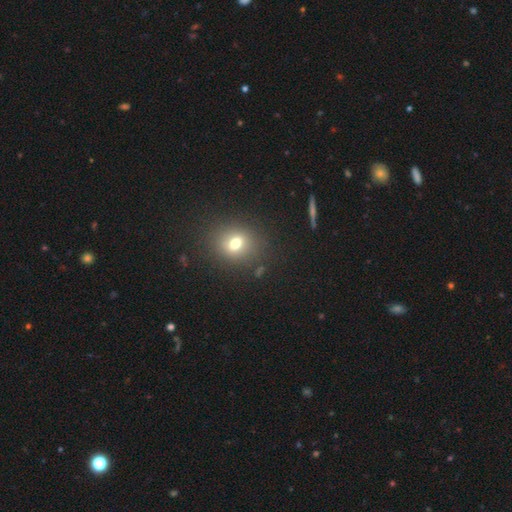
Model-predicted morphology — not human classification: Smooth or featured: smooth — 65% (star or artifact — 27%)
How rounded: round — 70% (in between — 29%)
Merging: none — 89% (minor disturbance — 7%)